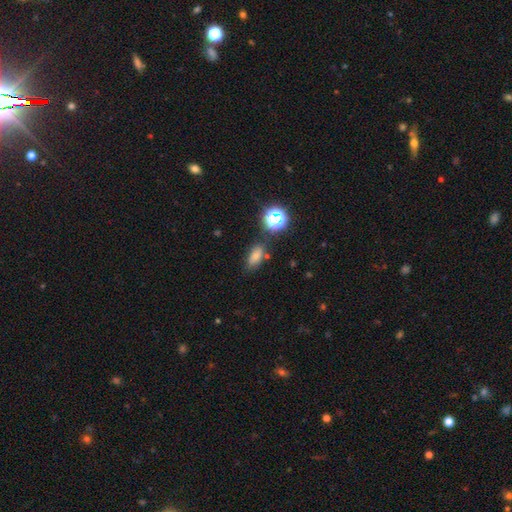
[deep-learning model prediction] Smooth or featured?
  - smooth: 71% *
  - star or artifact: 19%
  - featured or disk: 10%
How rounded?
  - in between: 82% *
  - round: 11%
  - cigar-shaped: 7%
Merging?
  - none: 71% *
  - minor disturbance: 16%
  - merger: 7%
  - major disturbance: 5%